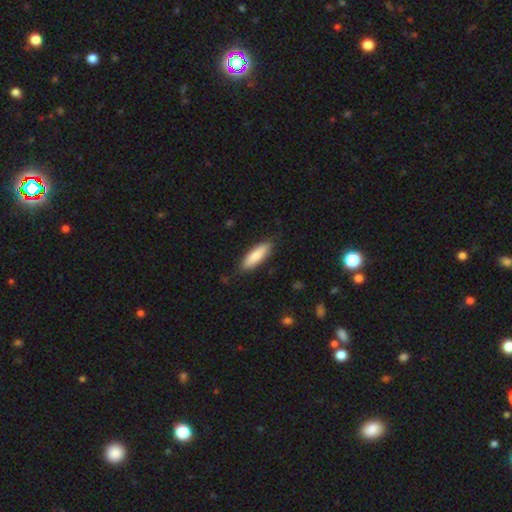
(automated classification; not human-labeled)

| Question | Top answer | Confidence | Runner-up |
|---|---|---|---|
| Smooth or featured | smooth | 82% | featured or disk (12%) |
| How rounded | cigar-shaped | 54% | in between (45%) |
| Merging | none | 86% | minor disturbance (11%) |